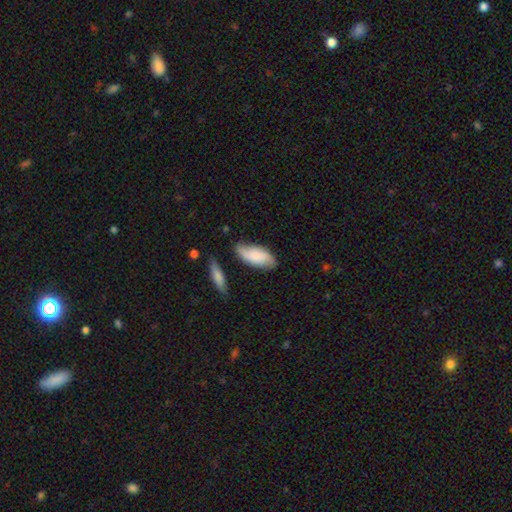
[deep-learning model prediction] Morphology: type=smooth (70%); roundness=in between (86%); merging=none (66%).